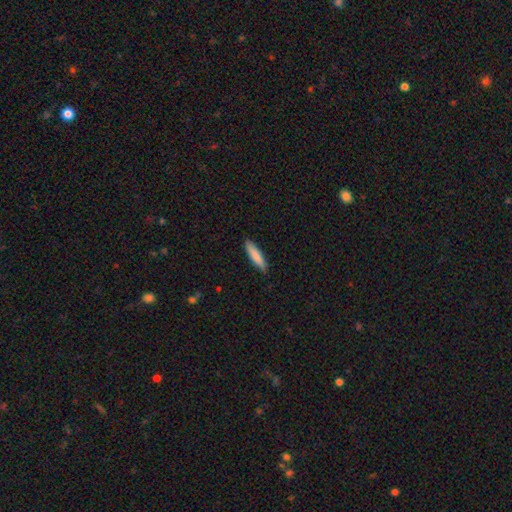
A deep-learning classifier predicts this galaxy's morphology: The model was most divided on "how rounded": cigar-shaped: 79%, in between: 20%, round: 1%. More confident: merging — none (87%); smooth or featured — smooth (83%).